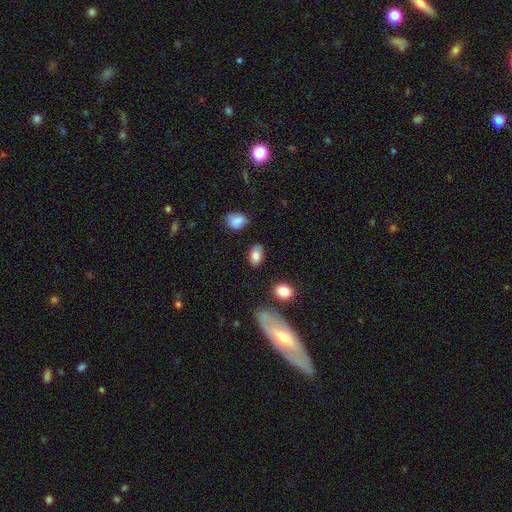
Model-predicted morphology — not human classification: Smooth or featured?
  - smooth: 83% *
  - featured or disk: 9%
  - star or artifact: 8%
How rounded?
  - in between: 91% *
  - round: 7%
  - cigar-shaped: 2%
Merging?
  - none: 81% *
  - minor disturbance: 13%
  - major disturbance: 3%
  - merger: 3%